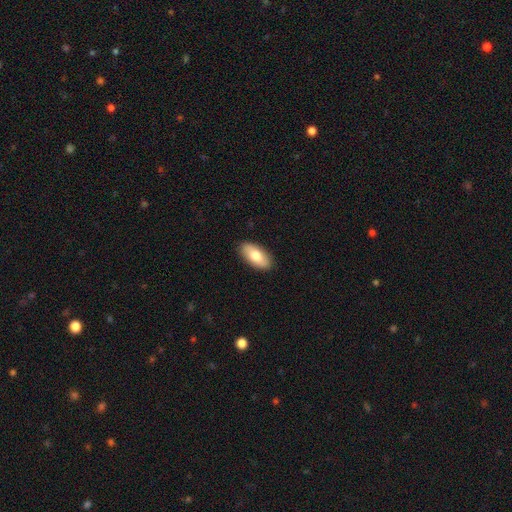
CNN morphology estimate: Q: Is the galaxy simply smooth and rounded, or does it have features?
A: smooth — 78%.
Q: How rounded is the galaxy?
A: in between — 93%.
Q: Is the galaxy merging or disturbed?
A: none — 89%.